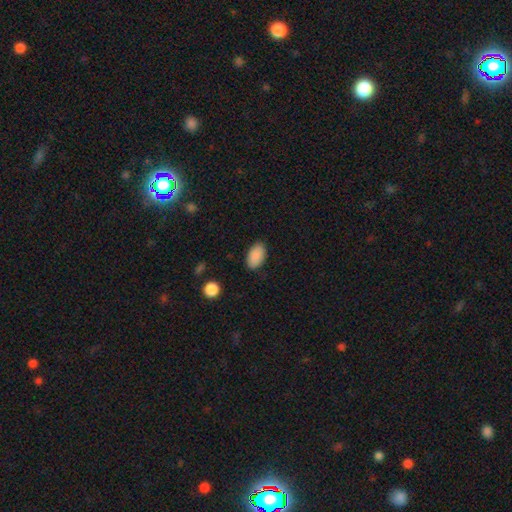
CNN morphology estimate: Smooth or featured? Predicted: smooth (p=0.89). How rounded? Predicted: in between (p=0.94). Merging? Predicted: none (p=0.86).